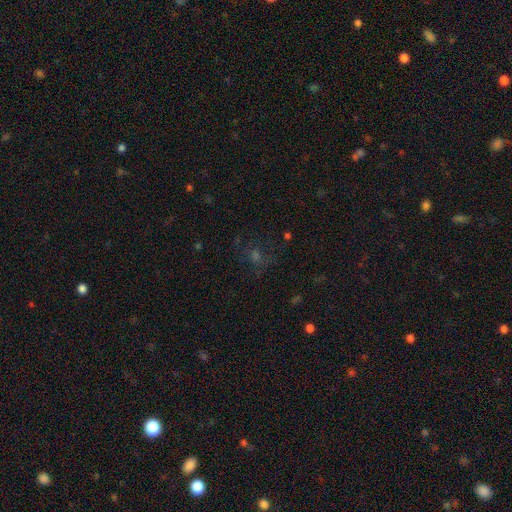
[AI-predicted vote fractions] Morphology: type=star or artifact (48%).